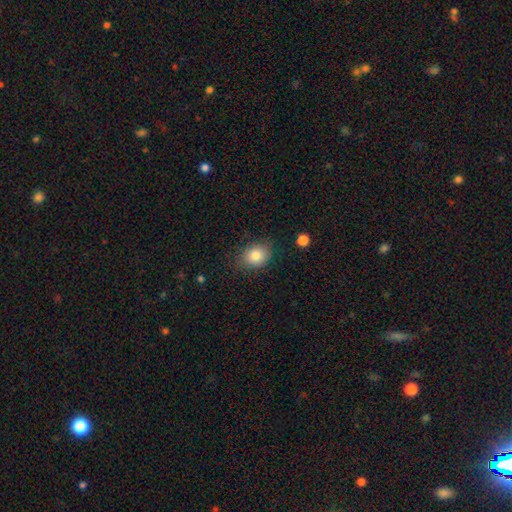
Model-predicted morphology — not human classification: The model was most divided on "how rounded": round: 54%, in between: 45%, cigar-shaped: 1%. More confident: smooth or featured — smooth (82%); merging — none (77%).